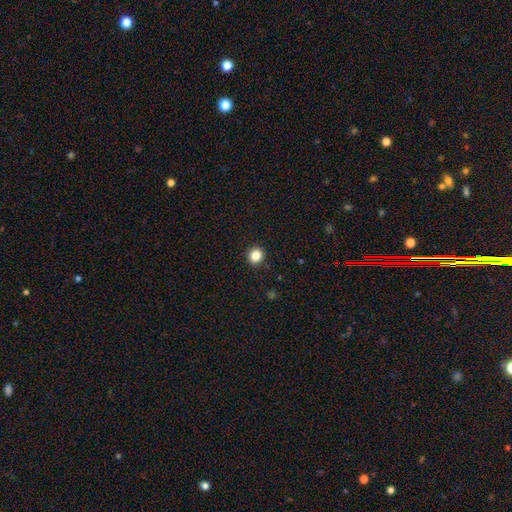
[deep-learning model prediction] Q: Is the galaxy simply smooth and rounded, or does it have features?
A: smooth — 85%.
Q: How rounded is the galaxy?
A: round — 87%.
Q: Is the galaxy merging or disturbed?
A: none — 92%.